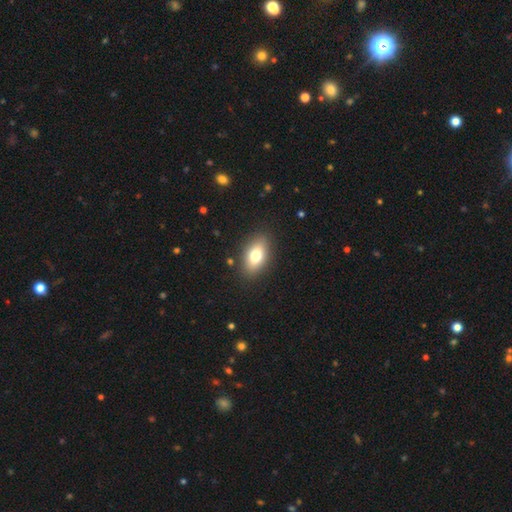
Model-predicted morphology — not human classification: smooth 75%, featured or disk 17%, star or artifact 8%. Down the decision tree: how rounded — in between (89%); merging — none (87%).